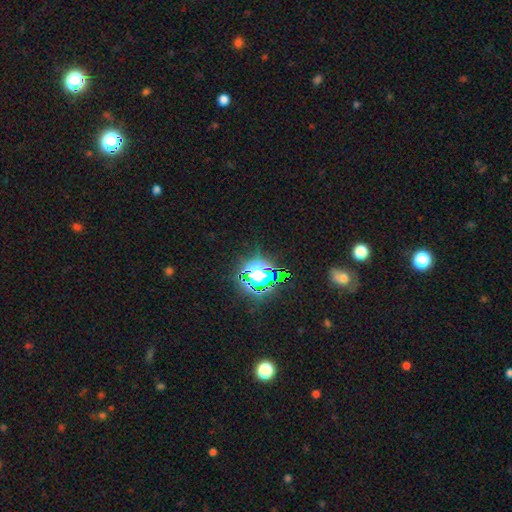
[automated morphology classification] This is likely a star or artifact rather than a galaxy (76%).